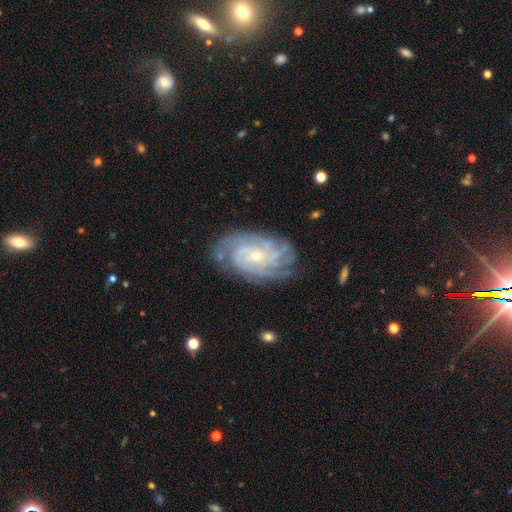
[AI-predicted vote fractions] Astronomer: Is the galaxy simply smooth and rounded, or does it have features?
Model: featured or disk — 88%.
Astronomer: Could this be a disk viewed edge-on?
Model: no — 96%.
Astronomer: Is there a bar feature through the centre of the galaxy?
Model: no — 69%.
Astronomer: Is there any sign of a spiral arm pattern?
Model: yes — 98%.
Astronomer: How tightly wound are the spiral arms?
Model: tight — 73%.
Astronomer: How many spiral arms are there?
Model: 4 — 28% (runner-up: can't tell, 25%).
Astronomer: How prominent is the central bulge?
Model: small — 74%.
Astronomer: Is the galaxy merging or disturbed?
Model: none — 77%.